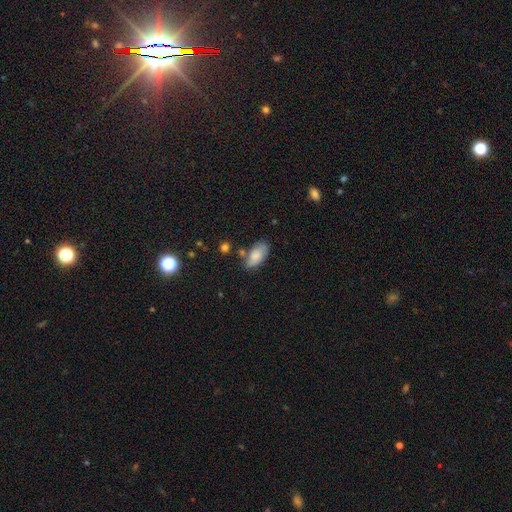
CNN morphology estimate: A smooth galaxy with no disk features (76%) that is in between round and cigar-shaped (92%).

Vote fractions:
- Smooth or featured? smooth: 76% / featured or disk: 16% / star or artifact: 7%
- How rounded? in between: 92% / cigar-shaped: 4% / round: 3%
- Merging? none: 63% / minor disturbance: 23% / merger: 8% / major disturbance: 6%